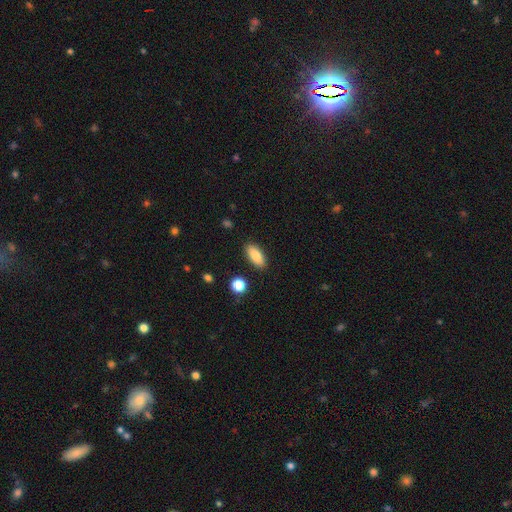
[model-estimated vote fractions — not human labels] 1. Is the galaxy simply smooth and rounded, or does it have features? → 86% smooth, 8% featured or disk, 7% star or artifact.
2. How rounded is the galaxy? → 83% in between, 14% cigar-shaped, 3% round.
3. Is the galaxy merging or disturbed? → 88% none, 8% minor disturbance, 2% major disturbance, 2% merger.